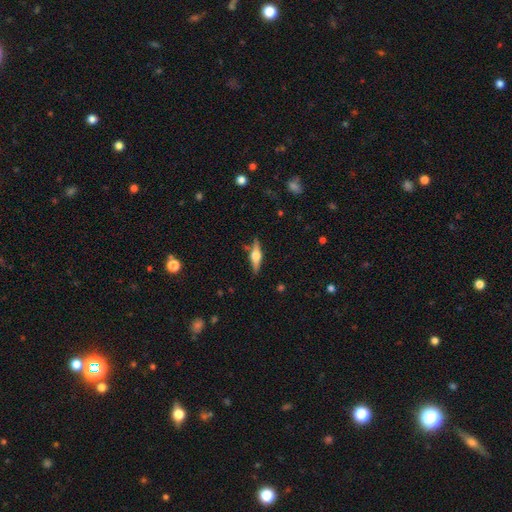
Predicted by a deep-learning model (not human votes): Smooth or featured? Predicted: featured or disk (p=0.66). Edge-on disk? Predicted: yes (p=0.96). Edge-on bulge? Predicted: rounded (p=0.91). Merging? Predicted: none (p=0.84).